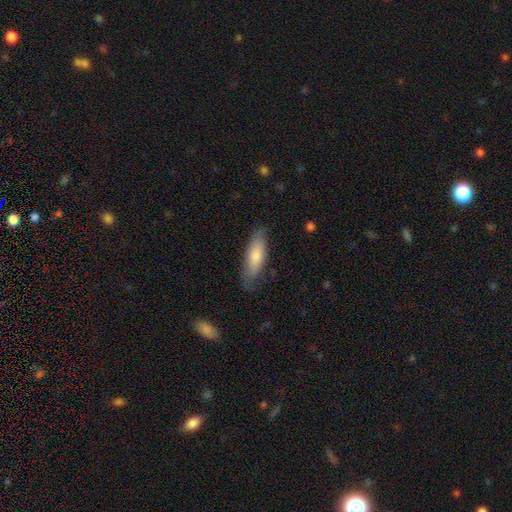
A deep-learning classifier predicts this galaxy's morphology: smooth-or-featured: smooth: 59% | featured or disk: 30% | star or artifact: 11%
  how-rounded: cigar-shaped: 56% | in between: 42% | round: 2%
  merging: none: 79% | minor disturbance: 16% | major disturbance: 3% | merger: 1%